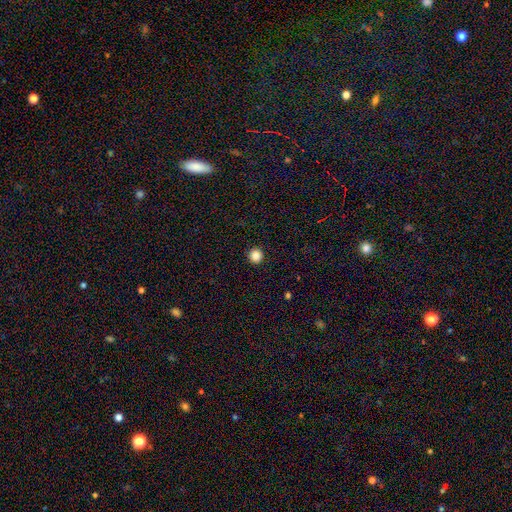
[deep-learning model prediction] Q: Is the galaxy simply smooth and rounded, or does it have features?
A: smooth — 86%.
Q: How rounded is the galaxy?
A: round — 96%.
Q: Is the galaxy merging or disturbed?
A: none — 94%.